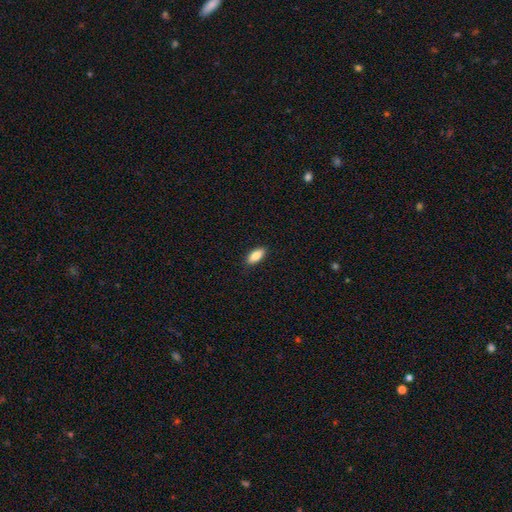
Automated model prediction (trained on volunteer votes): Q: Smooth or featured?
A: smooth (84%); runner-up: featured or disk (10%)
Q: How rounded?
A: in between (83%); runner-up: cigar-shaped (15%)
Q: Merging?
A: none (89%); runner-up: minor disturbance (8%)